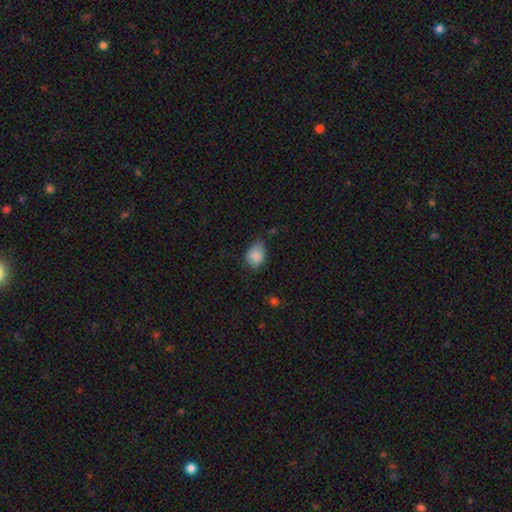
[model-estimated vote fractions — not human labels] Smooth or featured?
  - smooth: 83% *
  - featured or disk: 8%
  - star or artifact: 8%
How rounded?
  - in between: 66% *
  - round: 33%
  - cigar-shaped: 1%
Merging?
  - none: 53% *
  - minor disturbance: 36%
  - major disturbance: 9%
  - merger: 2%